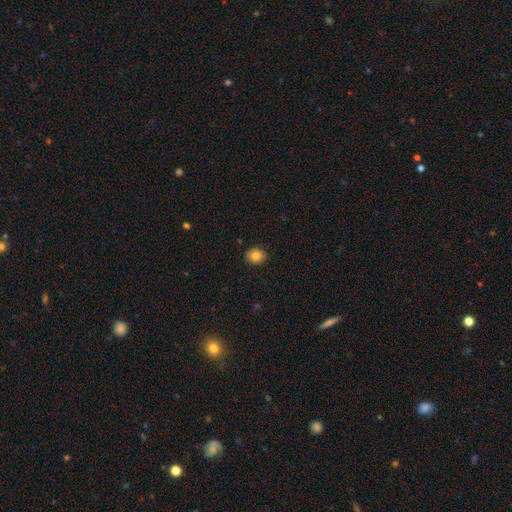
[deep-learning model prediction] Smooth or featured? Predicted: smooth (p=0.84). How rounded? Predicted: round (p=0.69). Merging? Predicted: none (p=0.89).